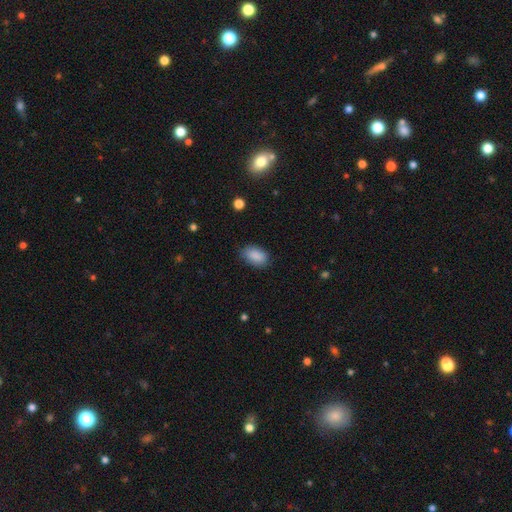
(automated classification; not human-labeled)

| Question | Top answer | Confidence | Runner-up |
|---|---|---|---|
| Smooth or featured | smooth | 89% | star or artifact (7%) |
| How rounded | in between | 91% | round (7%) |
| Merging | none | 81% | minor disturbance (15%) |